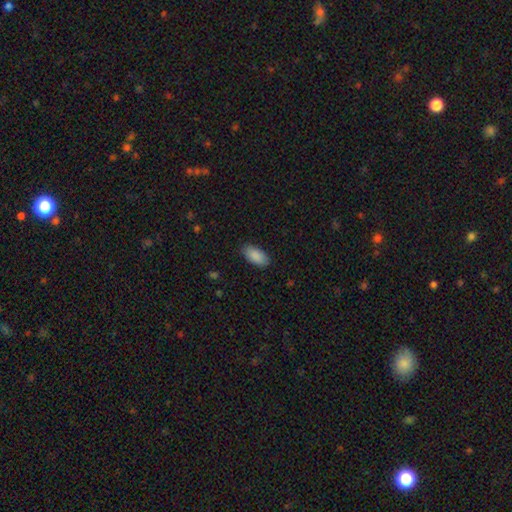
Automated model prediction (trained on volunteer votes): A smooth galaxy with no disk features (90%) that is in between round and cigar-shaped (93%).

Vote fractions:
- Smooth or featured? smooth: 90% / star or artifact: 6% / featured or disk: 4%
- How rounded? in between: 93% / cigar-shaped: 4% / round: 2%
- Merging? none: 87% / minor disturbance: 10% / major disturbance: 2% / merger: 1%